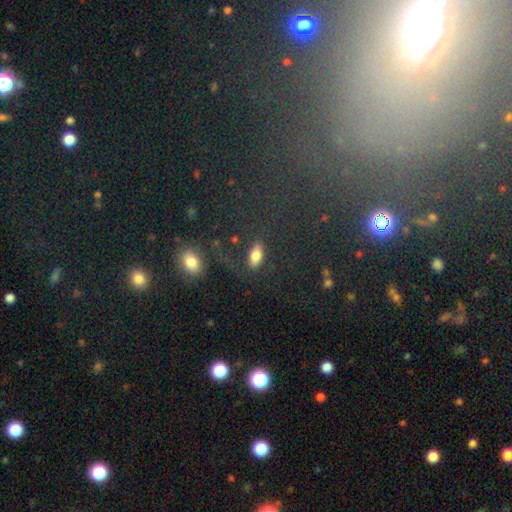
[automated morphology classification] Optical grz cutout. It shows a smooth galaxy with no disk features (78%) that is in between round and cigar-shaped (84%). Merging: none (76%).